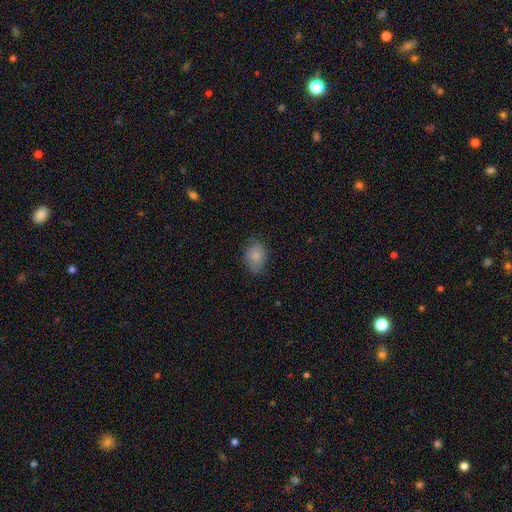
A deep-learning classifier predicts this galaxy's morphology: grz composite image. It shows a smooth galaxy with no disk features (78%) that is in between round and cigar-shaped (77%). Merging: none (71%).